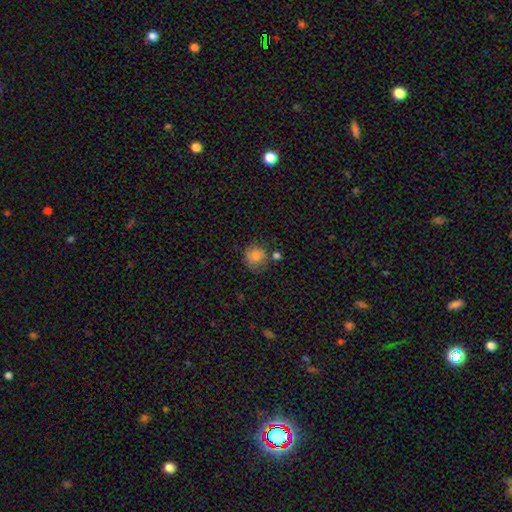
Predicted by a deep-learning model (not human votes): This is clearly a smooth galaxy (83%). How rounded: clearly round (85%). Merging: likely none (65%).